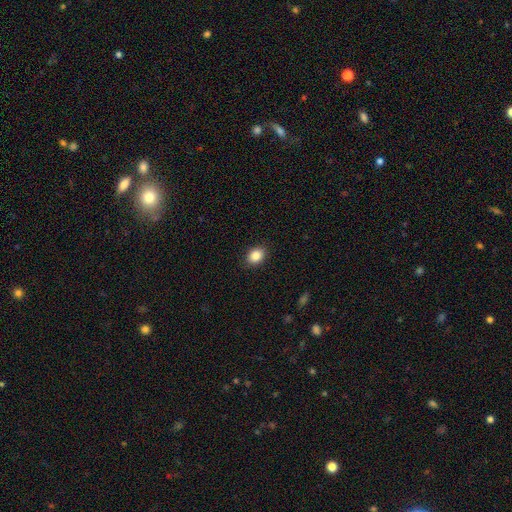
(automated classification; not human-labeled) Q: Smooth or featured?
A: smooth (86%); runner-up: star or artifact (9%)
Q: How rounded?
A: in between (61%); runner-up: round (38%)
Q: Merging?
A: none (89%); runner-up: minor disturbance (8%)